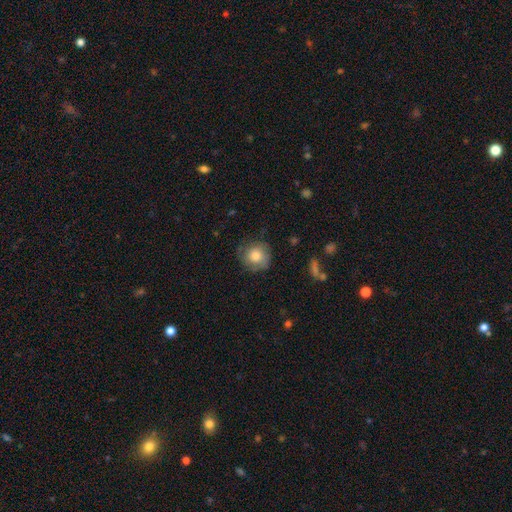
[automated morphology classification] Overall: smooth (74%). How rounded: round (90%). Merging: none (71%).